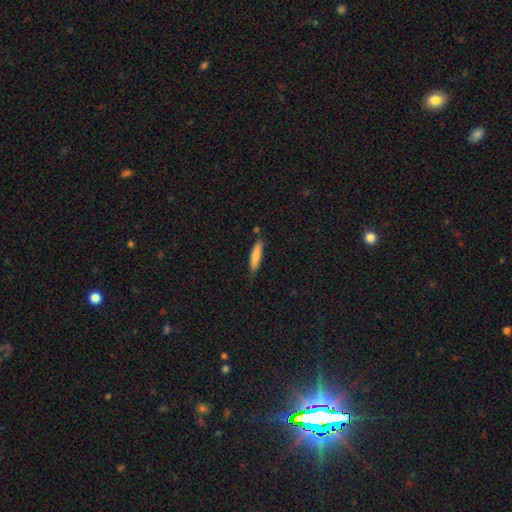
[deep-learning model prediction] Overall: smooth (81%). How rounded: cigar-shaped (75%). Merging: none (74%).